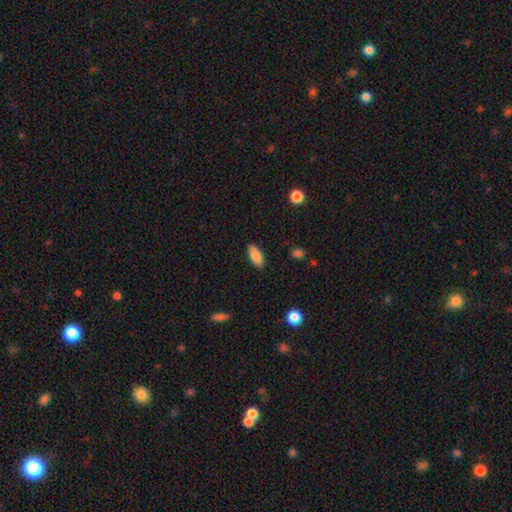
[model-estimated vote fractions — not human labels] smooth-or-featured: smooth: 87% | star or artifact: 7% | featured or disk: 6%
  how-rounded: in between: 87% | cigar-shaped: 11% | round: 2%
  merging: none: 87% | minor disturbance: 9% | major disturbance: 2% | merger: 1%